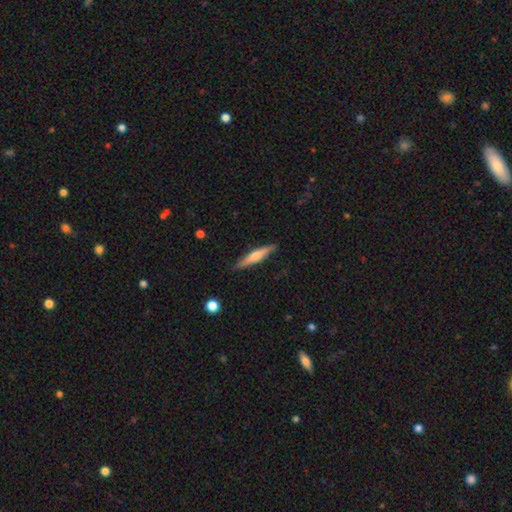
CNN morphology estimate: featured or disk 52%, smooth 42%, star or artifact 6%. Down the decision tree: edge-on disk — yes (96%); merging — none (88%).